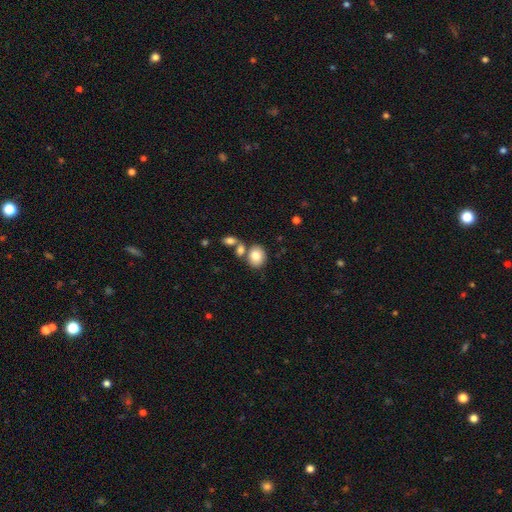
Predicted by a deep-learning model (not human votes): Overall: smooth (82%). How rounded: in between (50%; round 49%). Merging: none (59%; merger 26%).